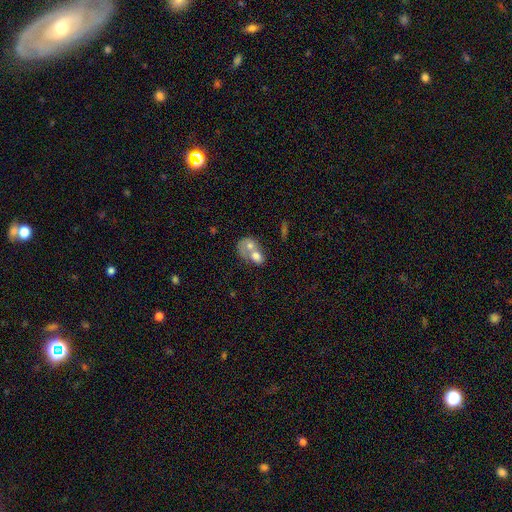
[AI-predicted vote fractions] The model was most divided on "how rounded": in between: 61%, round: 38%, cigar-shaped: 2%. More confident: merging — merger (78%); smooth or featured — smooth (65%).